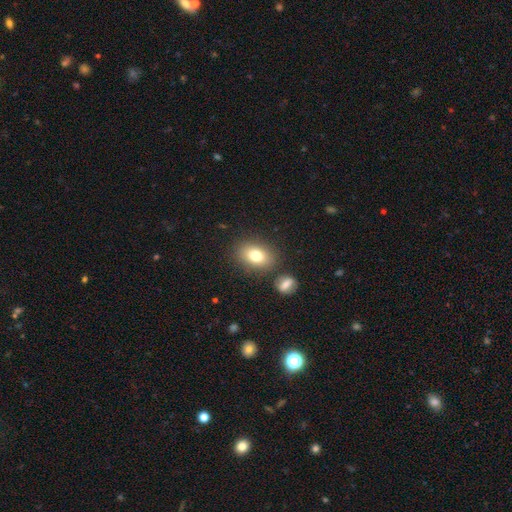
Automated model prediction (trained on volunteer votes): A smooth galaxy with no disk features (77%) that is in between round and cigar-shaped (74%). Merging: none (79%).